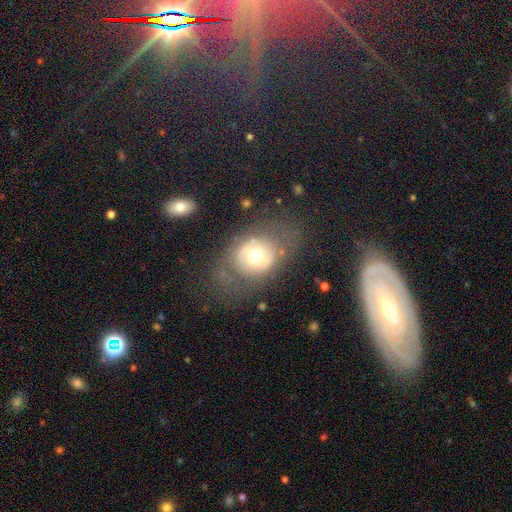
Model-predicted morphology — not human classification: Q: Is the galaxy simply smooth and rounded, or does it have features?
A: smooth — 49%.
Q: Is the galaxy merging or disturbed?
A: none — 64%.